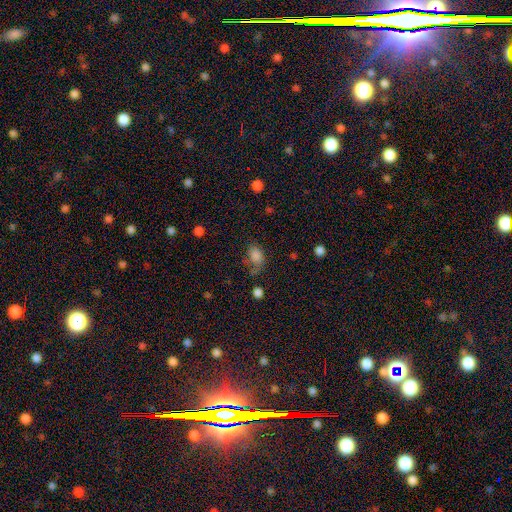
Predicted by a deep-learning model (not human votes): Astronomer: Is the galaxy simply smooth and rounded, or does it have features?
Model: smooth — 81%.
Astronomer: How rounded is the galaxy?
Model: in between — 76%.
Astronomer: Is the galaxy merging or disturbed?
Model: none — 46% (runner-up: minor disturbance, 29%).